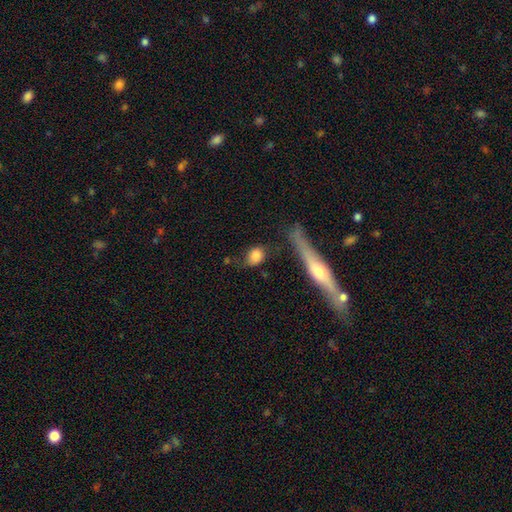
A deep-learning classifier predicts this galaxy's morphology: smooth_or_featured: smooth (p=0.82) [alt: featured or disk p=0.10]
how_rounded: in between (p=0.60) [alt: round p=0.35]
merging: none (p=0.63) [alt: minor disturbance p=0.19]